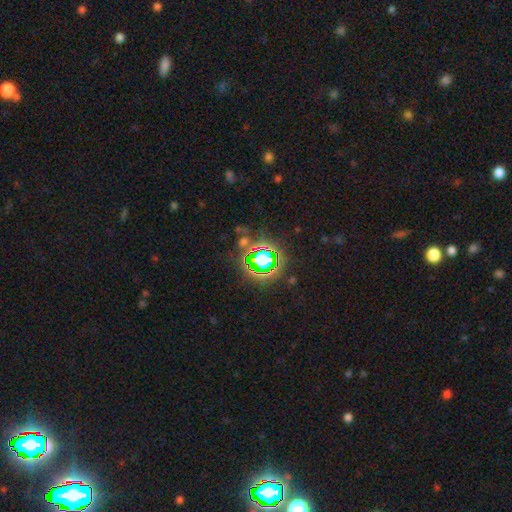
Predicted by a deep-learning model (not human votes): Smooth or featured: star or artifact — 77% (smooth — 15%)